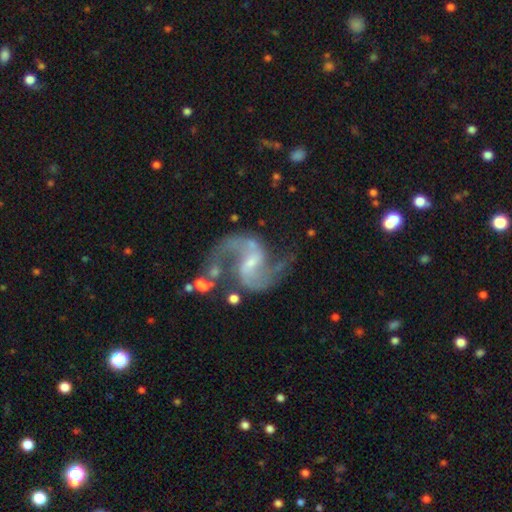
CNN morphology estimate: Overall: featured or disk (92%). Edge-on disk: no (98%). Bar: weak (54%; strong 24%). Spiral arms: yes (98%). Spiral arm count: 2 (94%). Spiral winding: medium (47%; loose 46%). Bulge size: small (62%; moderate 24%). Merging: none (68%).